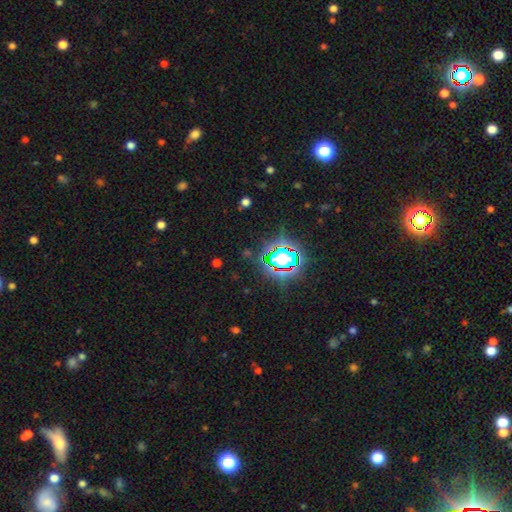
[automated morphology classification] Overall: star or artifact (80%).